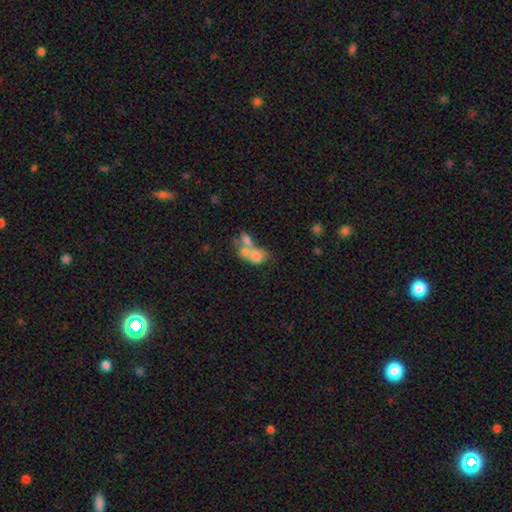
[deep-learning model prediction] Q: Smooth or featured?
A: smooth (60%); runner-up: featured or disk (29%)
Q: How rounded?
A: in between (65%); runner-up: round (33%)
Q: Merging?
A: merger (66%); runner-up: none (17%)